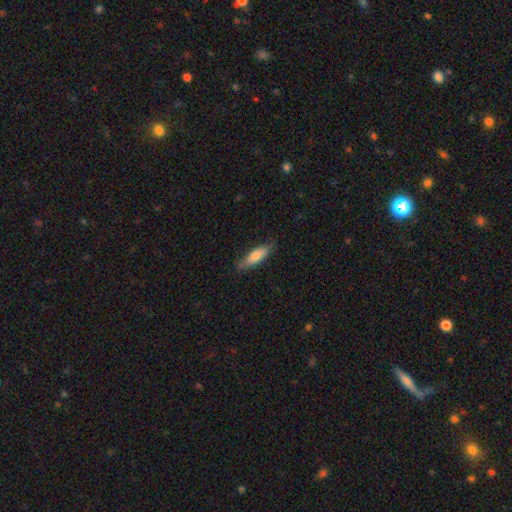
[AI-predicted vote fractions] Smooth or featured? Predicted: smooth (p=0.69). How rounded? Predicted: cigar-shaped (p=0.53). Merging? Predicted: none (p=0.78).